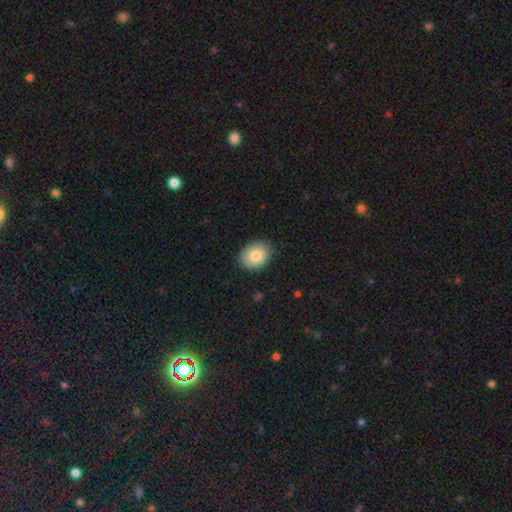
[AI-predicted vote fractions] Smooth or featured? smooth (82%)
How rounded? in between (55%)
Merging? none (82%)